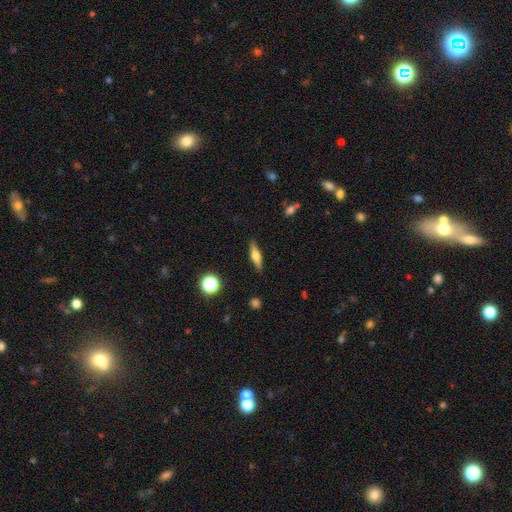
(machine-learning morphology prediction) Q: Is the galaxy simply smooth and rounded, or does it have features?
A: smooth — 47%.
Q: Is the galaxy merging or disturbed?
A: none — 87%.